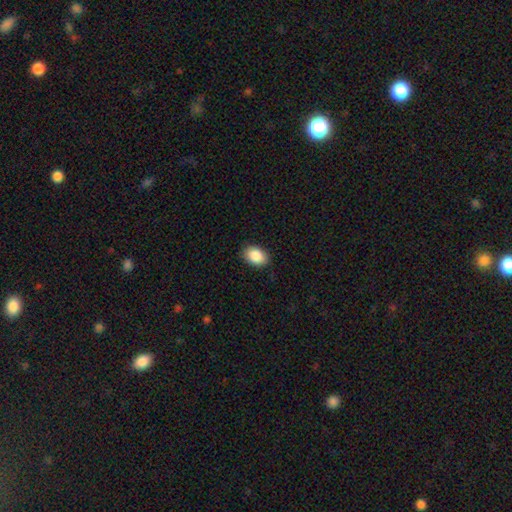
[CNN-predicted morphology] This is clearly a smooth galaxy (88%). How rounded: clearly in between (81%). Merging: clearly none (88%).